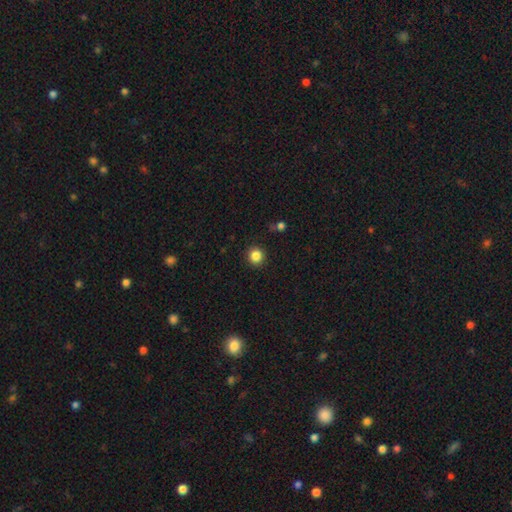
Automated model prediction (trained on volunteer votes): Q: Smooth or featured?
A: smooth (85%); runner-up: star or artifact (11%)
Q: How rounded?
A: round (93%); runner-up: in between (6%)
Q: Merging?
A: none (91%); runner-up: minor disturbance (5%)